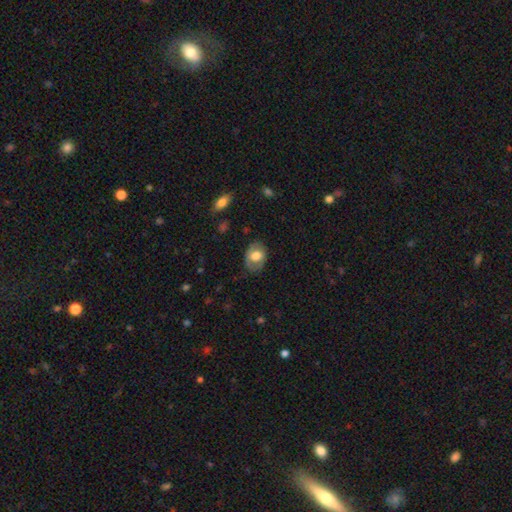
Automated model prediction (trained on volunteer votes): Q: Smooth or featured?
A: smooth (63%); runner-up: featured or disk (30%)
Q: How rounded?
A: in between (70%); runner-up: round (29%)
Q: Merging?
A: none (76%); runner-up: minor disturbance (17%)